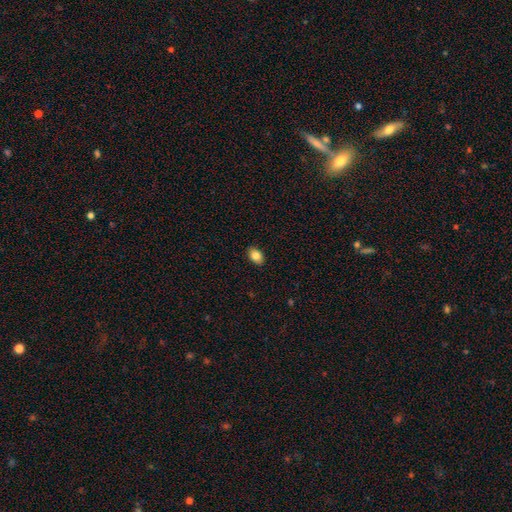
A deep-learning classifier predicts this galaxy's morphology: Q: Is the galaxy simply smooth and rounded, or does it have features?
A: smooth — 84%.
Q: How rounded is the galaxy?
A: in between — 84%.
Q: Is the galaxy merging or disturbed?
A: none — 90%.